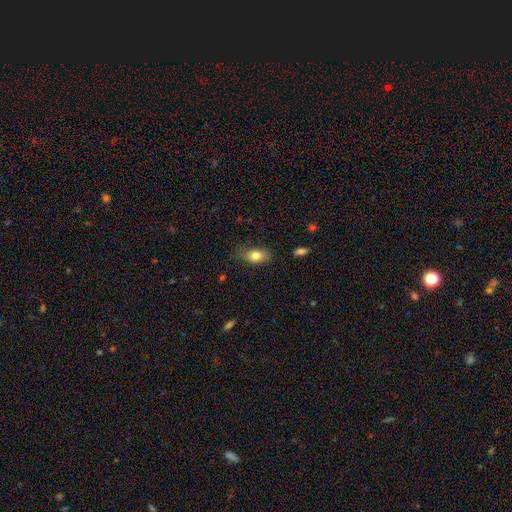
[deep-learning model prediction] The model was most divided on "merging": none: 75%, minor disturbance: 19%, major disturbance: 4%, merger: 1%. More confident: how rounded — in between (84%); smooth or featured — smooth (80%).